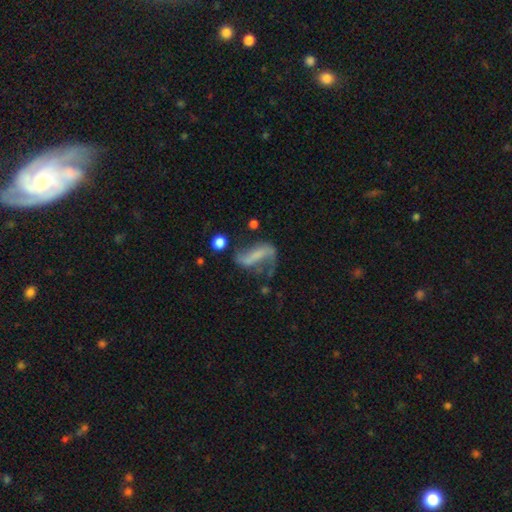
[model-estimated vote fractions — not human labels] smooth-or-featured: featured or disk: 70% | smooth: 20% | star or artifact: 10%
  disk-edge-on: no: 93% | yes: 7%
    bar: strong: 49% | weak: 27% | no: 24%
    has-spiral-arms: yes: 83% | no: 17%
      spiral-winding: loose: 75% | medium: 18% | tight: 6%
      spiral-arm-count: 2: 82% | 1: 11% | can't tell: 5% | 3: 1% | 4: 1% | more than 4: 1%
    bulge-size: none: 57% | small: 27% | moderate: 11% | large: 3% | dominant: 2%
  merging: none: 44% | major disturbance: 27% | minor disturbance: 20% | merger: 8%